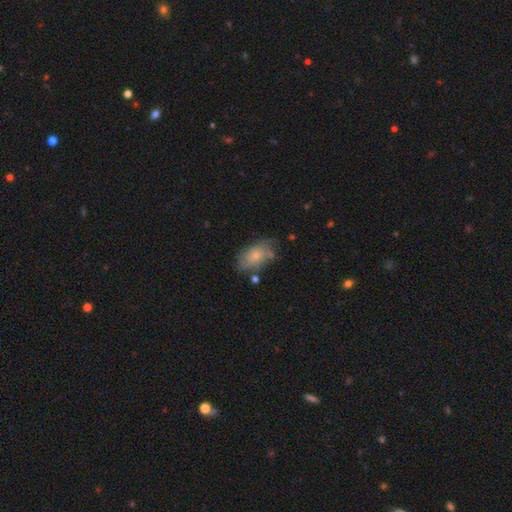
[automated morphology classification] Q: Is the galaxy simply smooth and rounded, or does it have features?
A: smooth — 70%.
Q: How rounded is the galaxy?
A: in between — 89%.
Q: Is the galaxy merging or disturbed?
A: none — 62%.